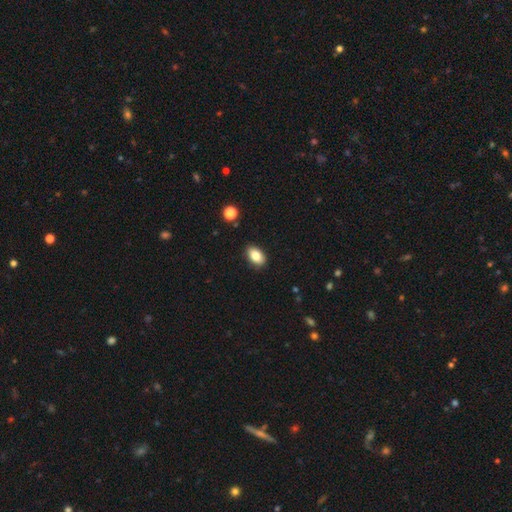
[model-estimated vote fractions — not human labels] smooth-or-featured: smooth: 84% | star or artifact: 8% | featured or disk: 8%
  how-rounded: in between: 89% | round: 9% | cigar-shaped: 2%
  merging: none: 88% | minor disturbance: 9% | major disturbance: 2% | merger: 1%